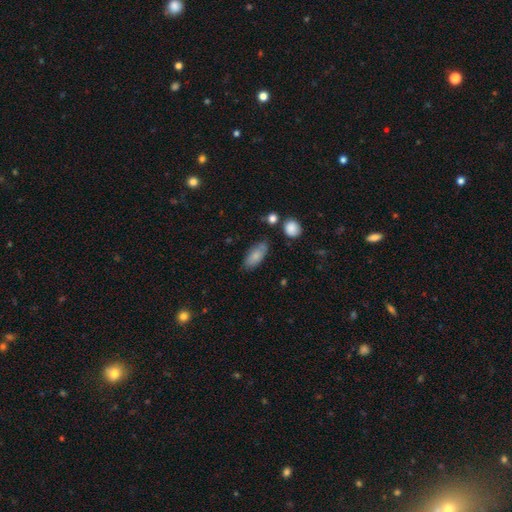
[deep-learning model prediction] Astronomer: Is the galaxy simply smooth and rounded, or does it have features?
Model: smooth — 80%.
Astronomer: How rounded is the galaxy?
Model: in between — 85%.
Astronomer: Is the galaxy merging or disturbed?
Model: none — 70%.